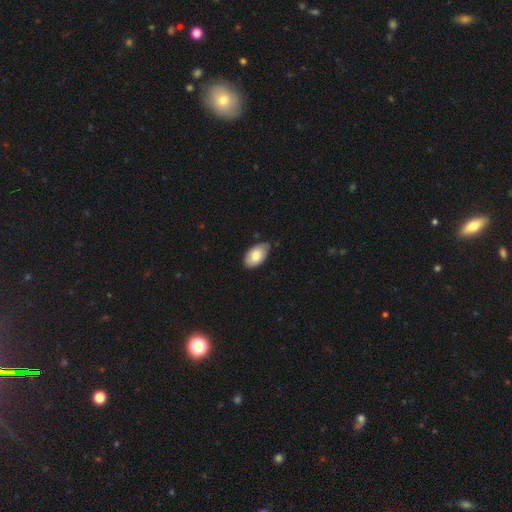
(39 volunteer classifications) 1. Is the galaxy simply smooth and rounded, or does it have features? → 72% smooth, 23% featured or disk, 5% star or artifact.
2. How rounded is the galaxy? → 82% in between, 11% round, 7% cigar-shaped.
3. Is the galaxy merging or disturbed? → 59% none, 38% minor disturbance, 3% major disturbance, 0% merger.